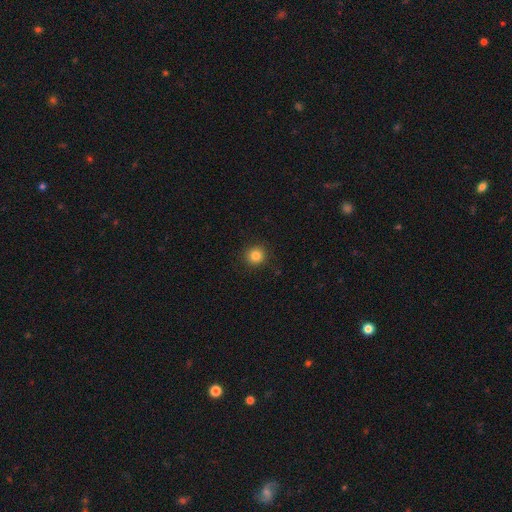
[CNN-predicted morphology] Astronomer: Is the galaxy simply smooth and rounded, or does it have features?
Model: smooth — 84%.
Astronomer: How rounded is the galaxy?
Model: round — 93%.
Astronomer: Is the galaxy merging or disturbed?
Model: none — 91%.